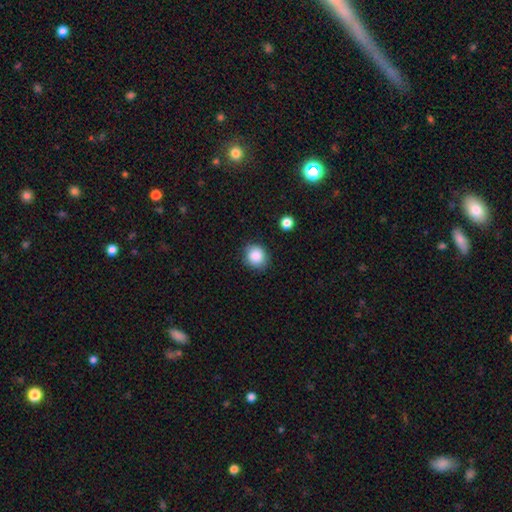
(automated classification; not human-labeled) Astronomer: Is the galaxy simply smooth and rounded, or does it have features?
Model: smooth — 87%.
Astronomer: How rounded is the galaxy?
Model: round — 84%.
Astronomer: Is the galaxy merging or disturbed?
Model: none — 85%.